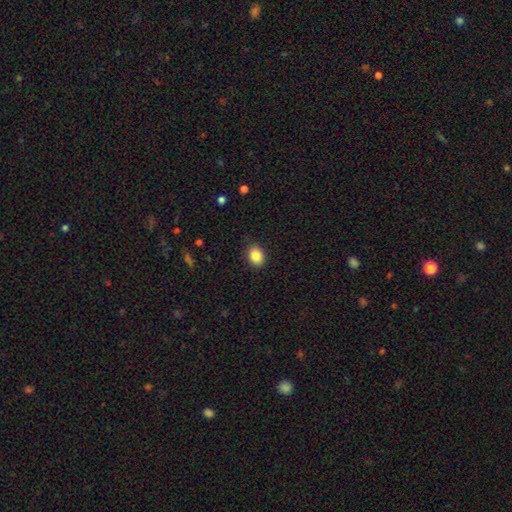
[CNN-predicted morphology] This is clearly a smooth galaxy (85%). How rounded: possibly in between (55%). Merging: clearly none (86%).